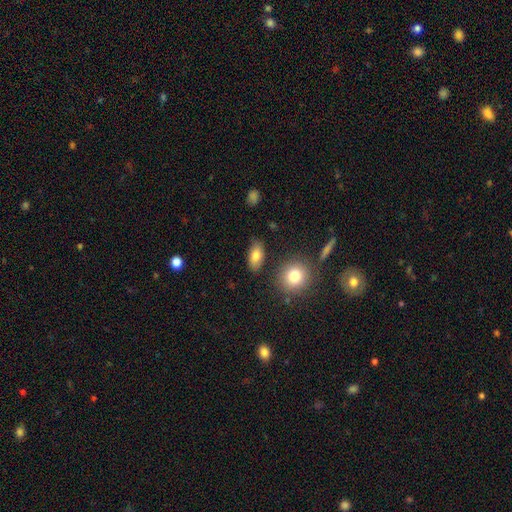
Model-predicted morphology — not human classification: This is clearly a smooth galaxy (80%). How rounded: clearly in between (89%). Merging: clearly none (82%).